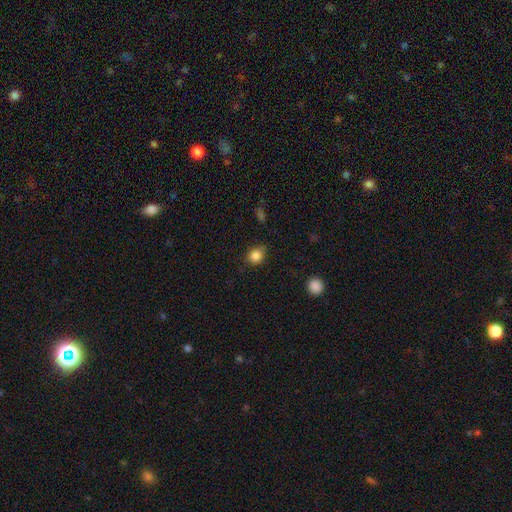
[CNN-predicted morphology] Overall: smooth (85%). How rounded: round (73%). Merging: none (72%).